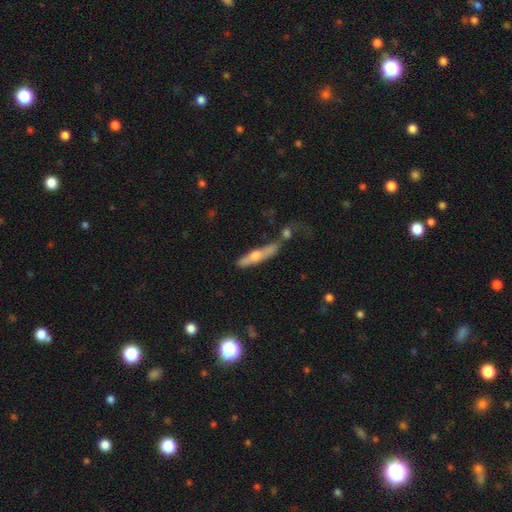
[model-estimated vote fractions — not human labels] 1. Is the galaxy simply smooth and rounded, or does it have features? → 51% featured or disk, 42% smooth, 7% star or artifact.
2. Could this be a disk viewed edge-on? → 81% yes, 19% no.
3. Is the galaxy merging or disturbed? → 44% none, 27% merger, 18% minor disturbance, 11% major disturbance.